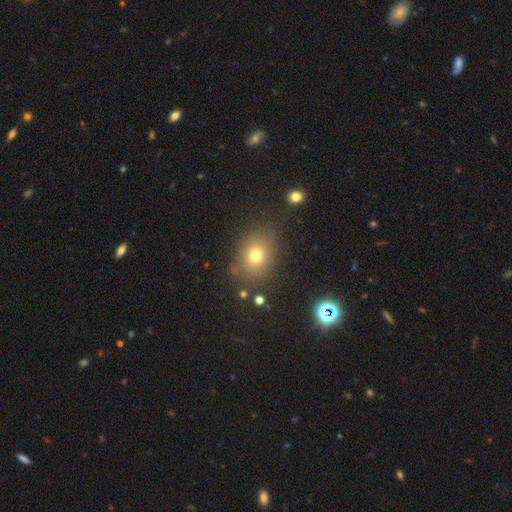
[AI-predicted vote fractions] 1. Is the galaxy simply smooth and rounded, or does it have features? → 72% smooth, 16% star or artifact, 11% featured or disk.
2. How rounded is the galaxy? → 51% round, 48% in between, 1% cigar-shaped.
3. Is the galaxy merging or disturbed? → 79% none, 13% minor disturbance, 5% major disturbance, 3% merger.